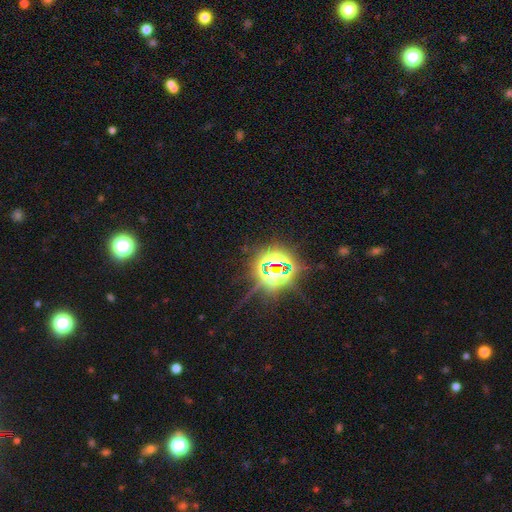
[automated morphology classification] This appears to be a star or artifact, not a galaxy (83%).